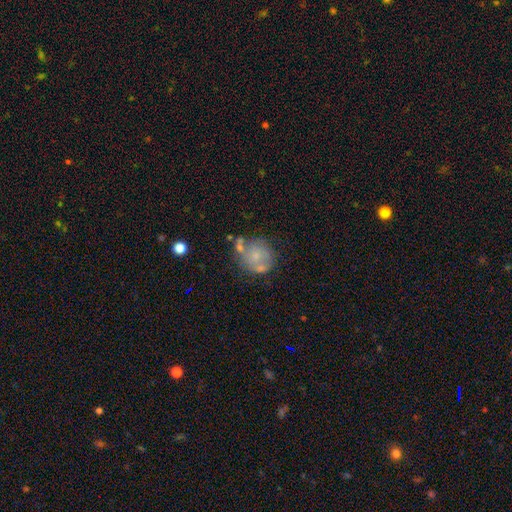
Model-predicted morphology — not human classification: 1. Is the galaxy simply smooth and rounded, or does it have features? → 47% smooth, 44% featured or disk, 9% star or artifact.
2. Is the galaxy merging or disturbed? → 47% none, 22% minor disturbance, 19% merger, 11% major disturbance.